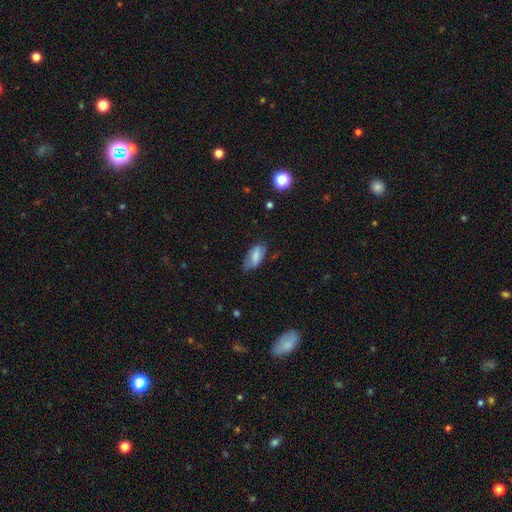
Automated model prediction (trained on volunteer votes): smooth_or_featured: smooth (p=0.75) [alt: featured or disk p=0.18]
how_rounded: in between (p=0.88) [alt: cigar-shaped p=0.09]
merging: none (p=0.58) [alt: minor disturbance p=0.31]